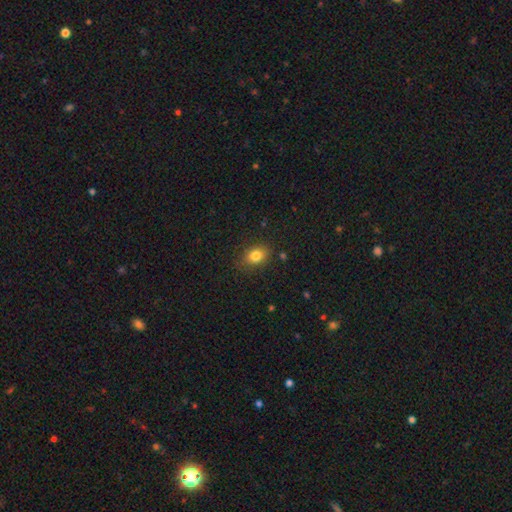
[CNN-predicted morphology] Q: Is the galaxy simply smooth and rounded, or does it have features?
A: smooth — 82%.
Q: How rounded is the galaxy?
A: in between — 67%.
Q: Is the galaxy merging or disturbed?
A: none — 82%.